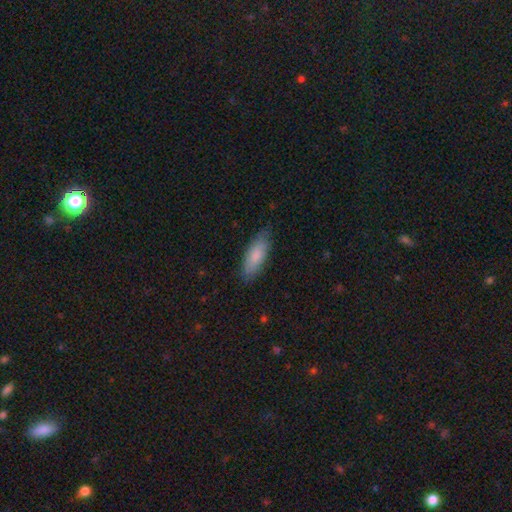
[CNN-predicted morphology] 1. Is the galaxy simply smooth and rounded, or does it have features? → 80% smooth, 14% featured or disk, 6% star or artifact.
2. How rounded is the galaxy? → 67% in between, 32% cigar-shaped, 2% round.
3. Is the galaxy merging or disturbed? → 79% none, 17% minor disturbance, 3% major disturbance, 1% merger.